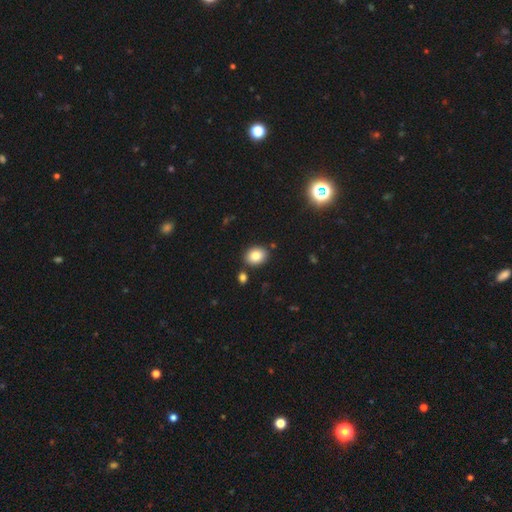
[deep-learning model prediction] smooth-or-featured: smooth: 82% | star or artifact: 10% | featured or disk: 8%
  how-rounded: in between: 55% | round: 44% | cigar-shaped: 1%
  merging: none: 83% | minor disturbance: 8% | merger: 6% | major disturbance: 2%